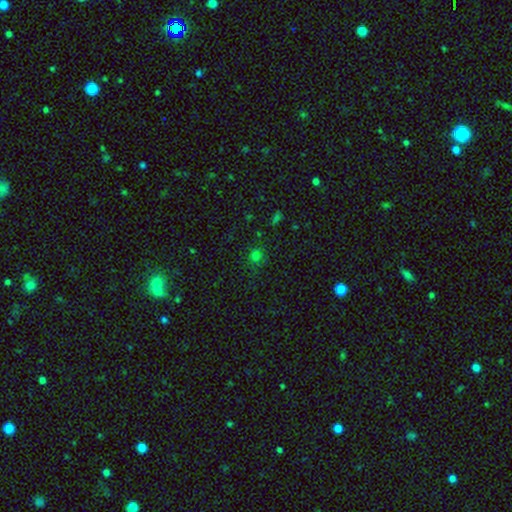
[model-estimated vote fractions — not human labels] Smooth or featured?
  - smooth: 71% *
  - star or artifact: 24%
  - featured or disk: 5%
How rounded?
  - round: 83% *
  - in between: 16%
  - cigar-shaped: 1%
Merging?
  - none: 81% *
  - minor disturbance: 13%
  - major disturbance: 4%
  - merger: 3%